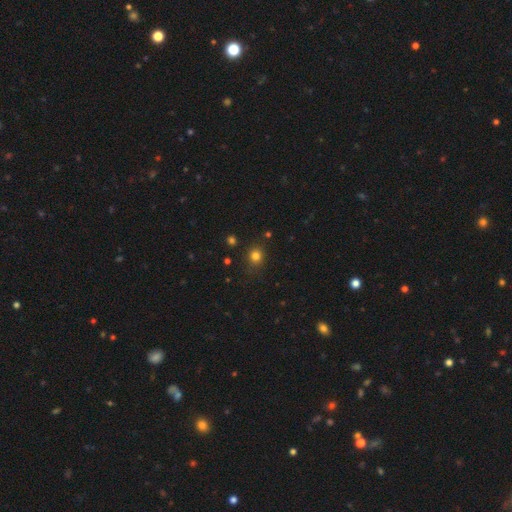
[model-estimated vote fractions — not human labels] The model was most divided on "how rounded": round: 77%, in between: 22%, cigar-shaped: 1%. More confident: merging — none (83%); smooth or featured — smooth (78%).